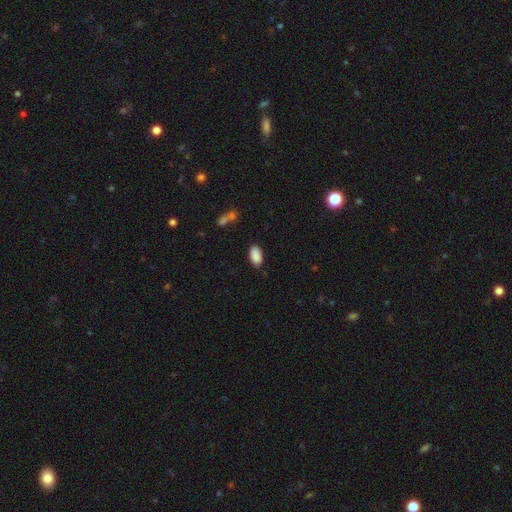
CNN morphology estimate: smooth-or-featured: smooth: 89% | star or artifact: 7% | featured or disk: 4%
  how-rounded: in between: 94% | round: 3% | cigar-shaped: 3%
  merging: none: 83% | minor disturbance: 12% | major disturbance: 3% | merger: 2%